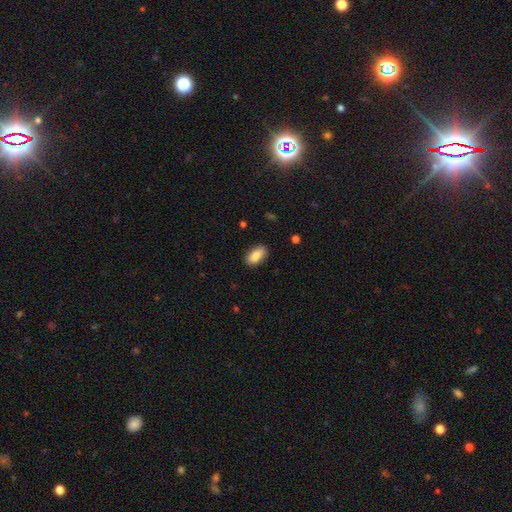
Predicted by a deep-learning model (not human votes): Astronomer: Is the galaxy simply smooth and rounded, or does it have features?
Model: smooth — 84%.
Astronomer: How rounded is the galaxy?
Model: in between — 90%.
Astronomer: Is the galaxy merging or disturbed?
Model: none — 83%.